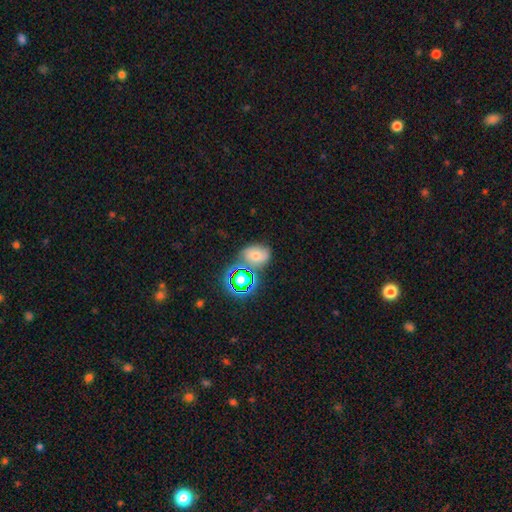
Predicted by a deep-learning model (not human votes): Smooth or featured?
  - smooth: 56% *
  - star or artifact: 26%
  - featured or disk: 18%
How rounded?
  - in between: 65% *
  - round: 34%
  - cigar-shaped: 1%
Merging?
  - none: 57% *
  - minor disturbance: 21%
  - merger: 14%
  - major disturbance: 8%